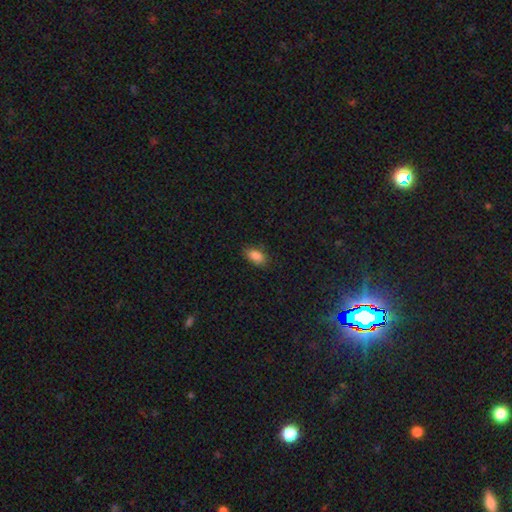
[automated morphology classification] A smooth galaxy with no disk features (87%) that is in between round and cigar-shaped (90%).

Vote fractions:
- Smooth or featured? smooth: 87% / star or artifact: 9% / featured or disk: 4%
- How rounded? in between: 90% / round: 6% / cigar-shaped: 4%
- Merging? none: 82% / minor disturbance: 14% / major disturbance: 3% / merger: 1%